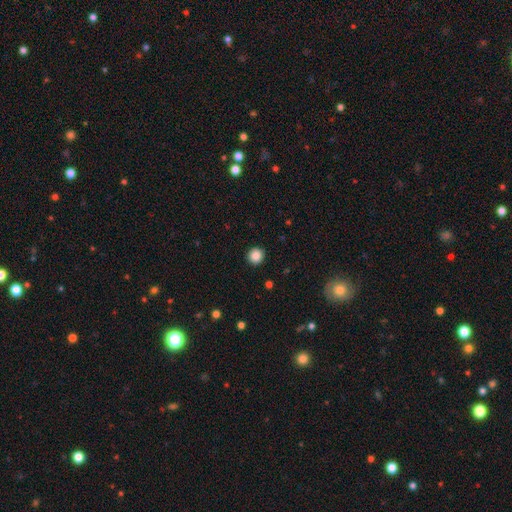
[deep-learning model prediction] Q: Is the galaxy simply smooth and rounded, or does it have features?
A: smooth — 87%.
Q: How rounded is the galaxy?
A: round — 94%.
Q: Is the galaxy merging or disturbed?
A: none — 92%.